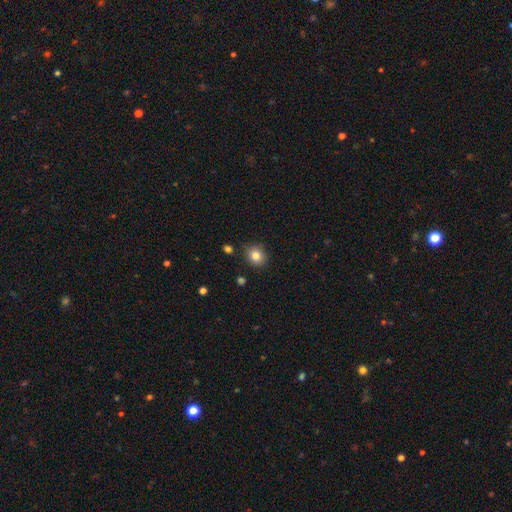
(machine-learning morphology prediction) Q: Smooth or featured?
A: smooth (83%); runner-up: star or artifact (10%)
Q: How rounded?
A: round (78%); runner-up: in between (21%)
Q: Merging?
A: none (87%); runner-up: minor disturbance (9%)